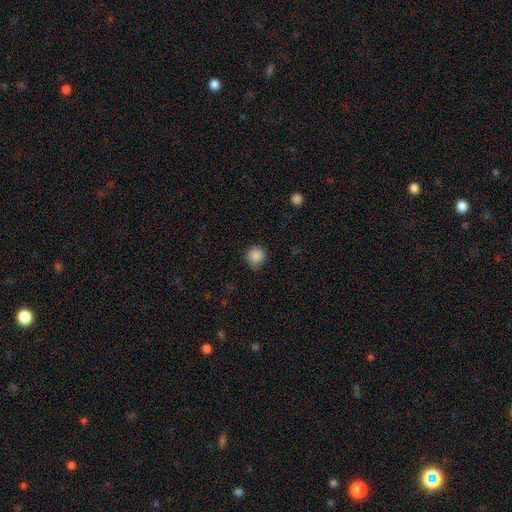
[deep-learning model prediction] A smooth galaxy with no disk features (87%) that is round (91%).

Vote fractions:
- Smooth or featured? smooth: 87% / star or artifact: 10% / featured or disk: 3%
- How rounded? round: 91% / in between: 8% / cigar-shaped: 1%
- Merging? none: 84% / minor disturbance: 13% / major disturbance: 3% / merger: 1%